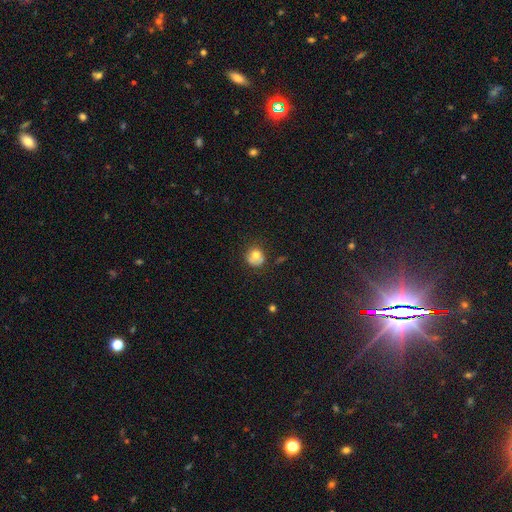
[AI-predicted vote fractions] This is likely a smooth galaxy (72%). How rounded: likely round (79%). Merging: possibly none (57%).